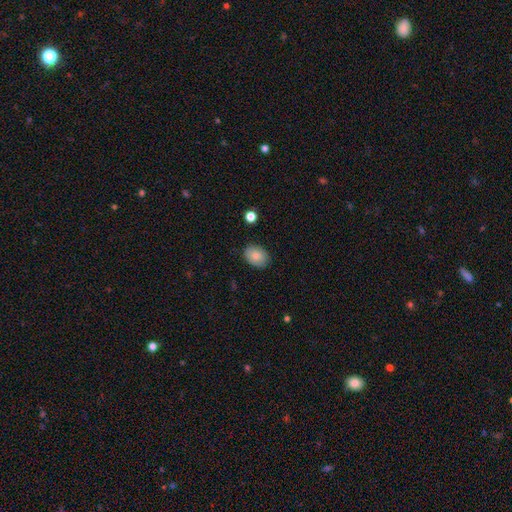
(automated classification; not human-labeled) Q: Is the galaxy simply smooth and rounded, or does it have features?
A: smooth — 85%.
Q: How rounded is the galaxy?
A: in between — 75%.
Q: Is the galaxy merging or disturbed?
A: none — 84%.